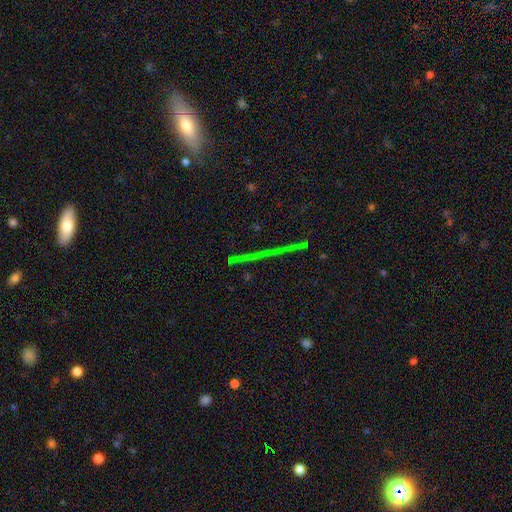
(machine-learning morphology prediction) Smooth or featured: star or artifact — 72% (featured or disk — 18%)